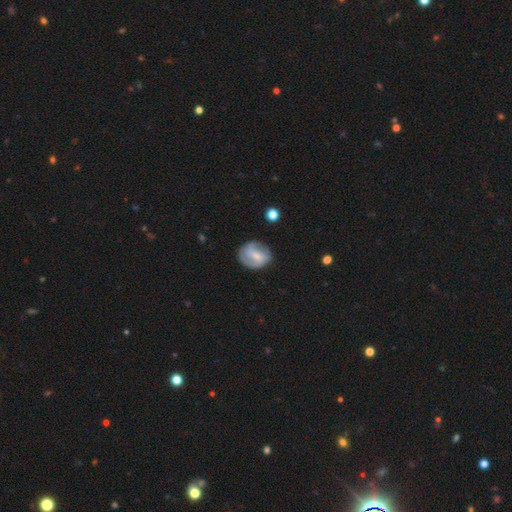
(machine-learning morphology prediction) smooth-or-featured: featured or disk: 56% | smooth: 37% | star or artifact: 7%
  disk-edge-on: no: 96% | yes: 4%
    bar: weak: 47% | strong: 28% | no: 25%
    has-spiral-arms: yes: 76% | no: 24%
    bulge-size: small: 49% | moderate: 34% | none: 12% | large: 3% | dominant: 1%
  merging: none: 70% | minor disturbance: 20% | major disturbance: 8% | merger: 2%